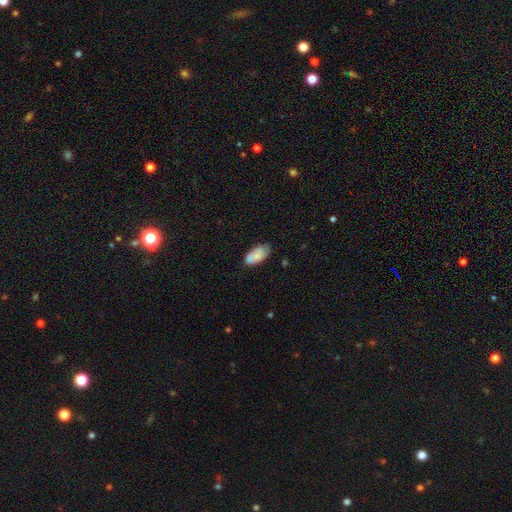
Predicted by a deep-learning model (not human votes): Q: Smooth or featured?
A: smooth (69%); runner-up: featured or disk (24%)
Q: How rounded?
A: in between (92%); runner-up: cigar-shaped (5%)
Q: Merging?
A: none (67%); runner-up: minor disturbance (23%)